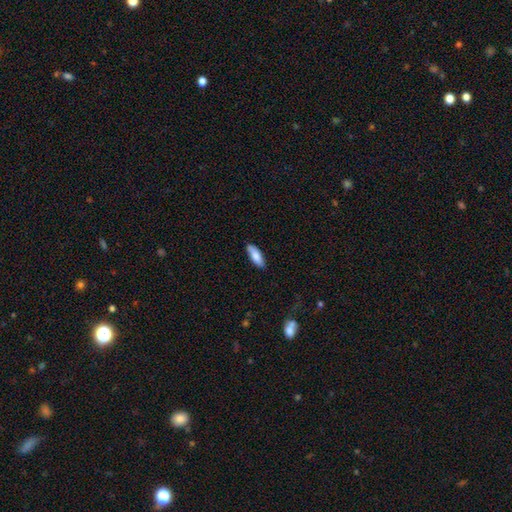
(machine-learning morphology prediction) A smooth galaxy with no disk features (82%) that is in between round and cigar-shaped (66%).

Vote fractions:
- Smooth or featured? smooth: 82% / featured or disk: 12% / star or artifact: 6%
- How rounded? in between: 66% / cigar-shaped: 32% / round: 2%
- Merging? none: 82% / minor disturbance: 14% / major disturbance: 2% / merger: 1%